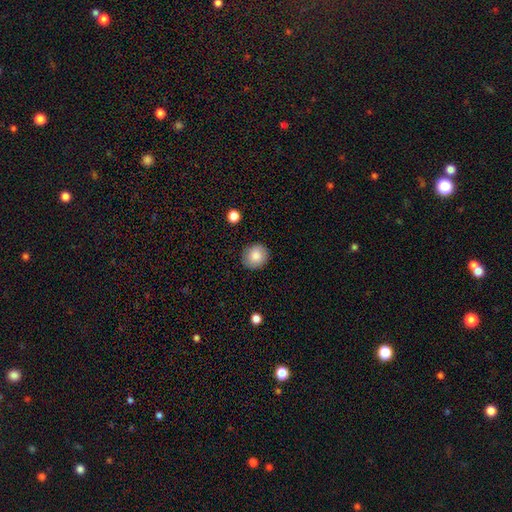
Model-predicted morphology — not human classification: Overall: smooth (86%). How rounded: round (86%). Merging: none (88%).